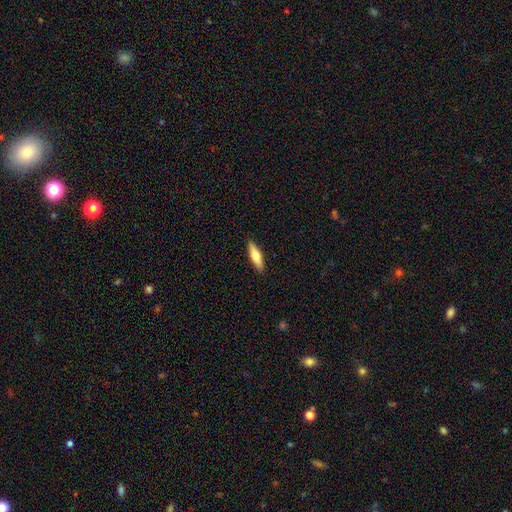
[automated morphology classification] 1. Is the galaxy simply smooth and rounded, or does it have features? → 61% smooth, 34% featured or disk, 6% star or artifact.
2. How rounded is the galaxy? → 68% cigar-shaped, 30% in between, 2% round.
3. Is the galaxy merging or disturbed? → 90% none, 7% minor disturbance, 2% major disturbance, 1% merger.